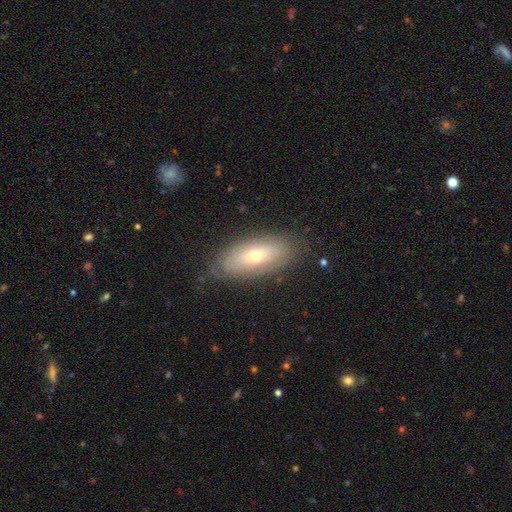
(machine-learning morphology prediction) A smooth galaxy with no disk features (51%) that is in between round and cigar-shaped (78%). Merging: none (79%).